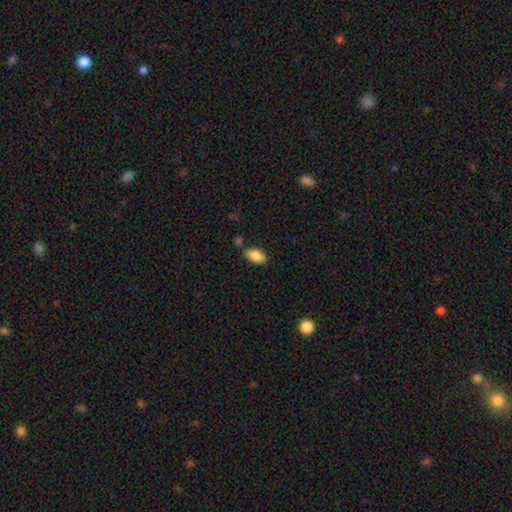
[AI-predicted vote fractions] smooth 86%, star or artifact 7%, featured or disk 7%. Down the decision tree: how rounded — in between (92%); merging — none (77%).